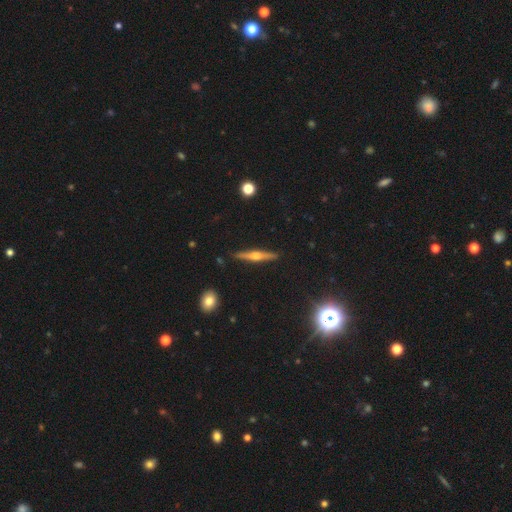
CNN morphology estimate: This appears to be a featured or disk galaxy (74%) viewed edge-on (98%) with a rounded central bulge (91%). Merging: none (91%).